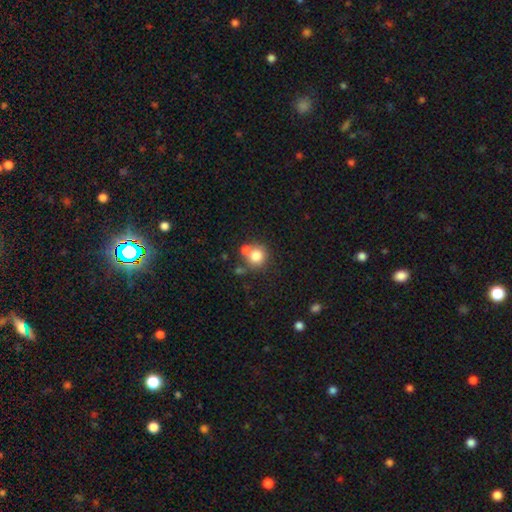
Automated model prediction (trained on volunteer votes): A smooth galaxy with no disk features (79%) that is round (90%).

Vote fractions:
- Smooth or featured? smooth: 79% / star or artifact: 11% / featured or disk: 10%
- How rounded? round: 90% / in between: 10% / cigar-shaped: 1%
- Merging? none: 58% / merger: 29% / minor disturbance: 9% / major disturbance: 4%